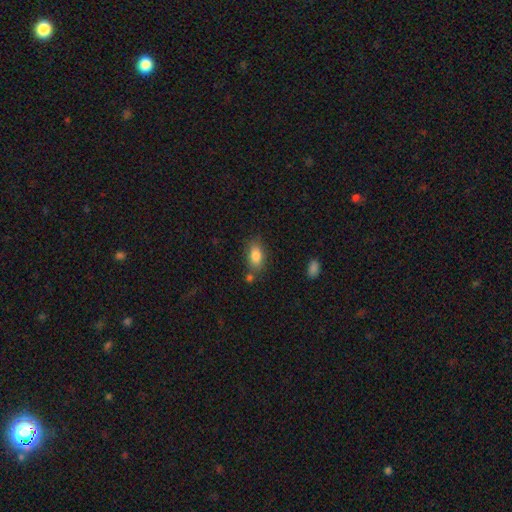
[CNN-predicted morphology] Smooth or featured? smooth (84%)
How rounded? in between (88%)
Merging? none (75%)